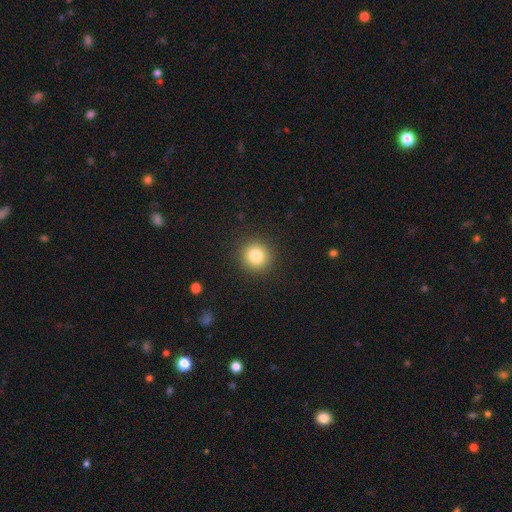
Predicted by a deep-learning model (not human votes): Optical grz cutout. It shows a smooth galaxy with no disk features (82%) that is round (93%). Merging: none (91%).